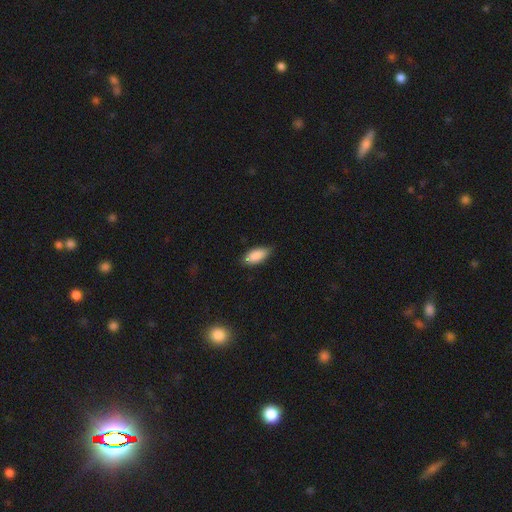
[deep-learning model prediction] smooth_or_featured: smooth (p=0.86) [alt: featured or disk p=0.07]
how_rounded: in between (p=0.86) [alt: cigar-shaped p=0.12]
merging: none (p=0.77) [alt: minor disturbance p=0.19]